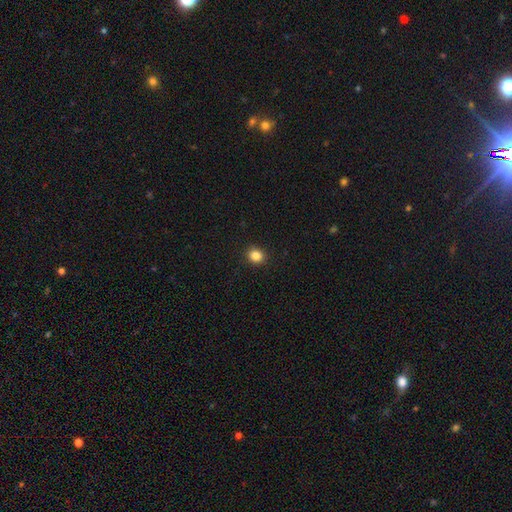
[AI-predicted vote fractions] smooth-or-featured: smooth: 85% | star or artifact: 11% | featured or disk: 4%
  how-rounded: round: 76% | in between: 23% | cigar-shaped: 1%
  merging: none: 91% | minor disturbance: 6% | major disturbance: 2% | merger: 1%